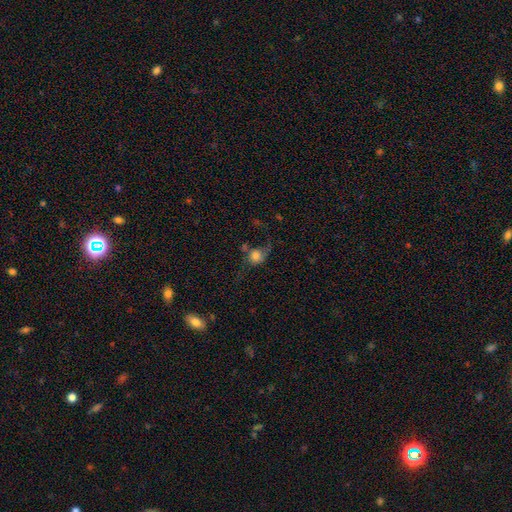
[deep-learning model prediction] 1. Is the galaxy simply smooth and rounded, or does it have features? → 56% smooth, 32% featured or disk, 12% star or artifact.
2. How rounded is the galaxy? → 67% round, 31% in between, 2% cigar-shaped.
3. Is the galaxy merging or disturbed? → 37% none, 33% major disturbance, 22% minor disturbance, 8% merger.